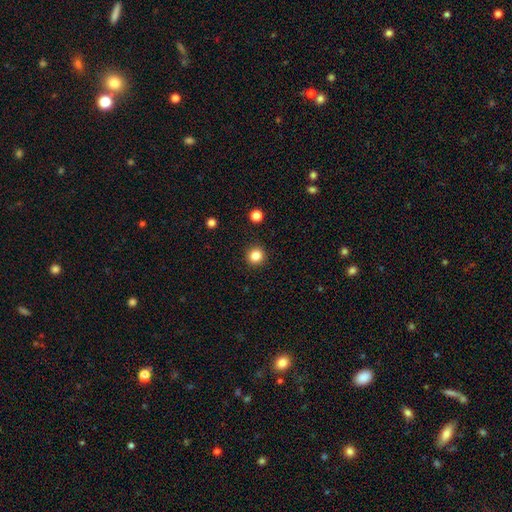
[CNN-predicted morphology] Smooth or featured? Predicted: smooth (p=0.84). How rounded? Predicted: round (p=0.93). Merging? Predicted: none (p=0.92).